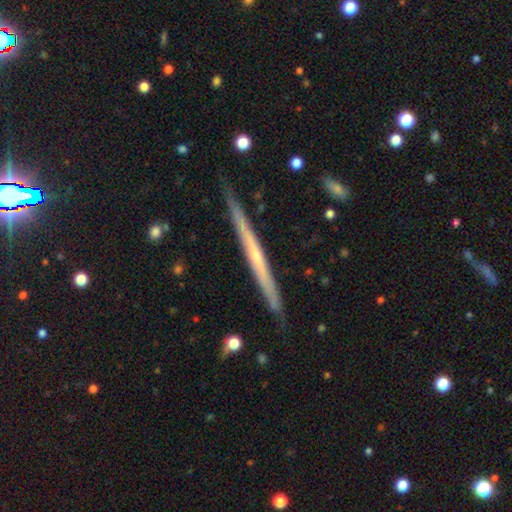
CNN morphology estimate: Smooth or featured? featured or disk (71%)
Edge-on disk? yes (97%)
Edge-on bulge? none (63%)
Merging? none (88%)